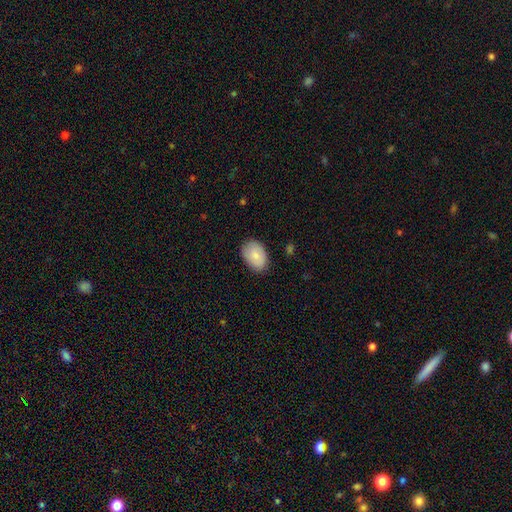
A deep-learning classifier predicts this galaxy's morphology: Smooth or featured?
  - smooth: 85% *
  - featured or disk: 9%
  - star or artifact: 6%
How rounded?
  - in between: 86% *
  - round: 13%
  - cigar-shaped: 1%
Merging?
  - none: 83% *
  - minor disturbance: 14%
  - major disturbance: 3%
  - merger: 1%